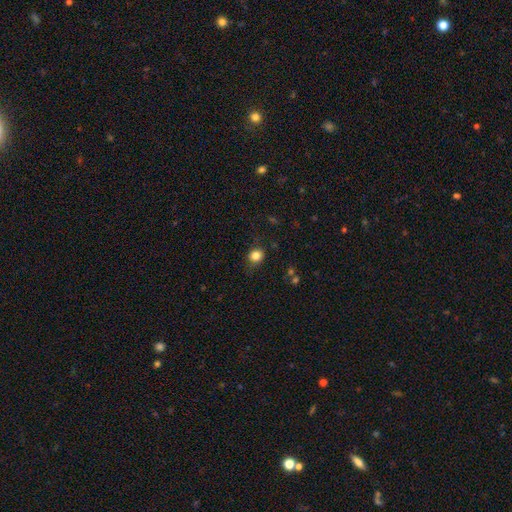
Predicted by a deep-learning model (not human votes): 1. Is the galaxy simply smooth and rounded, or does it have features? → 82% smooth, 12% star or artifact, 6% featured or disk.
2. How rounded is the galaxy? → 75% round, 24% in between, 1% cigar-shaped.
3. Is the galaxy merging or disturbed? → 76% none, 17% minor disturbance, 5% major disturbance, 1% merger.